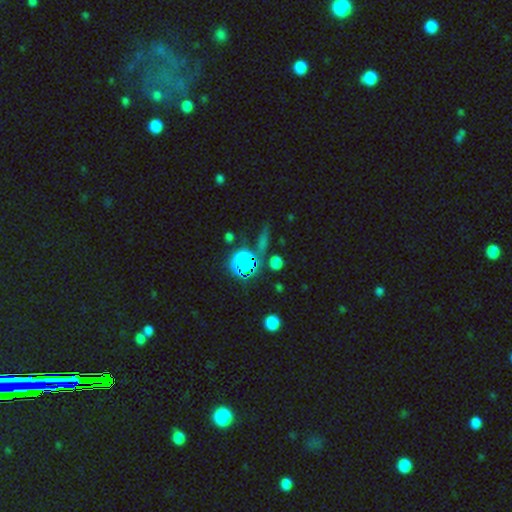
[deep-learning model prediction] smooth_or_featured: star or artifact (p=0.70) [alt: smooth p=0.20]